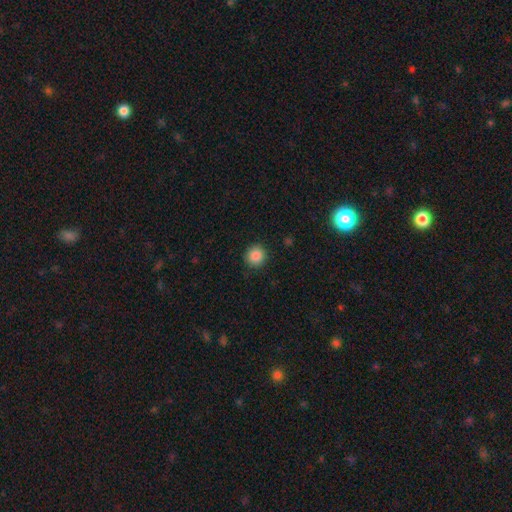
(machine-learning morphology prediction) Q: Smooth or featured?
A: smooth (87%); runner-up: star or artifact (10%)
Q: How rounded?
A: round (93%); runner-up: in between (6%)
Q: Merging?
A: none (90%); runner-up: minor disturbance (7%)